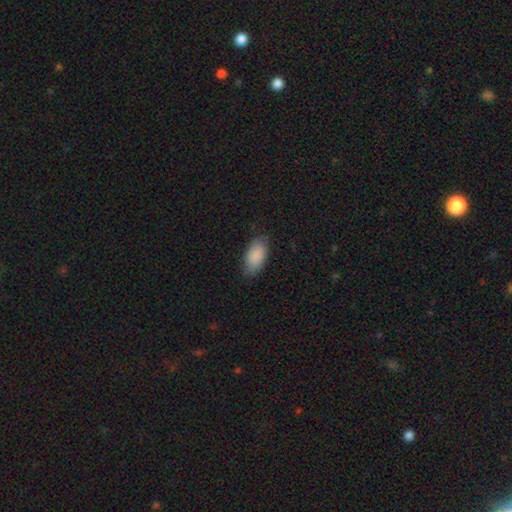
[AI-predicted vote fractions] Morphology: type=smooth (89%); roundness=in between (94%); merging=none (82%).